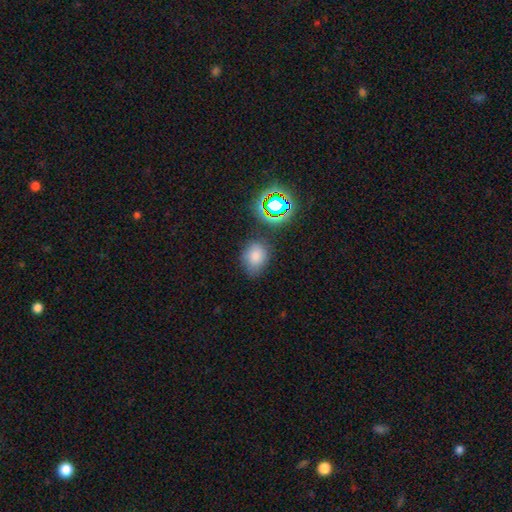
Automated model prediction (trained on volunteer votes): A smooth galaxy with no disk features (74%) that is in between round and cigar-shaped (61%).

Vote fractions:
- Smooth or featured? smooth: 74% / star or artifact: 17% / featured or disk: 8%
- How rounded? in between: 61% / round: 38% / cigar-shaped: 1%
- Merging? none: 71% / minor disturbance: 19% / major disturbance: 5% / merger: 5%